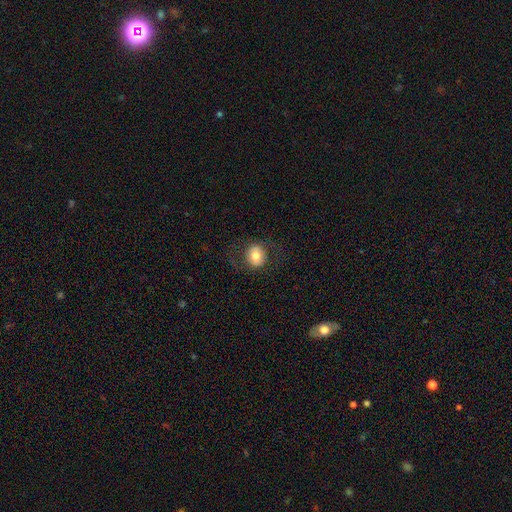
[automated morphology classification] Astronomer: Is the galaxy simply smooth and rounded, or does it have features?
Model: smooth — 71%.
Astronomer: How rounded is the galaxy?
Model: round — 78%.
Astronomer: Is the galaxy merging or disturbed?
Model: none — 80%.